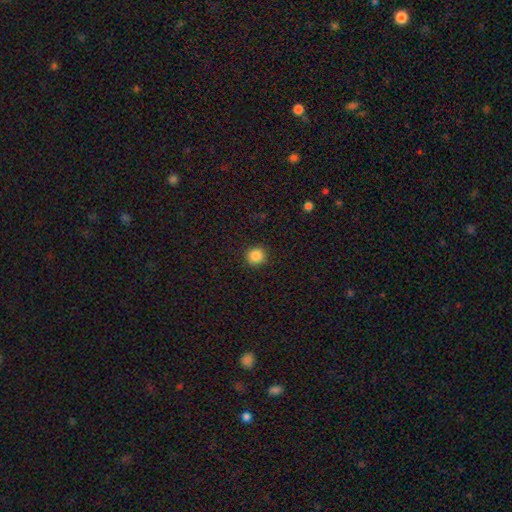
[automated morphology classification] Q: Smooth or featured?
A: smooth (86%); runner-up: star or artifact (10%)
Q: How rounded?
A: round (92%); runner-up: in between (7%)
Q: Merging?
A: none (91%); runner-up: minor disturbance (6%)